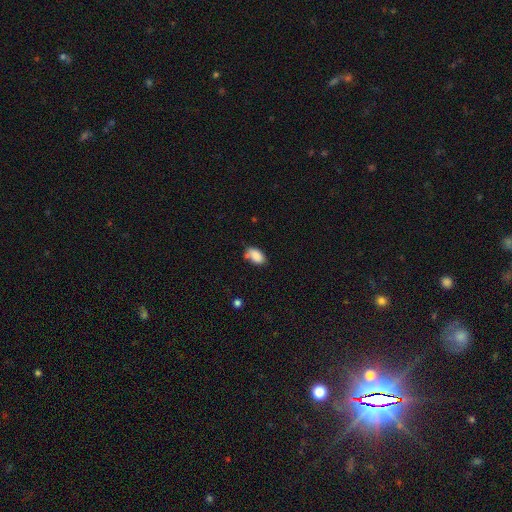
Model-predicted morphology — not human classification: Smooth or featured: smooth — 86% (star or artifact — 8%)
How rounded: in between — 92% (round — 6%)
Merging: none — 62% (minor disturbance — 23%)